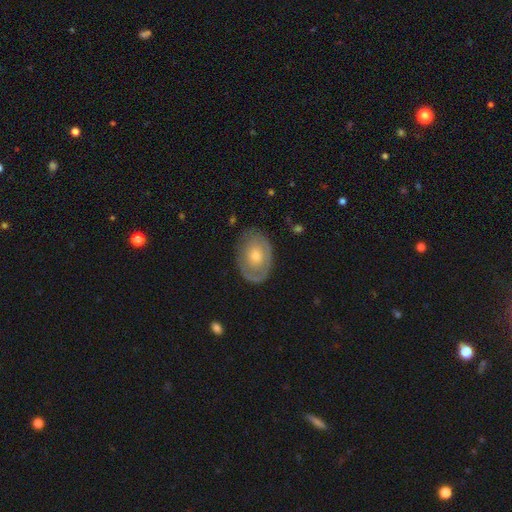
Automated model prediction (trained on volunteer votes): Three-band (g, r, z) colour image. It shows a featured or disk galaxy (58%) with no bar (86%), no spiral arms (52%) and a moderate central bulge (52%). Merging: none (76%).